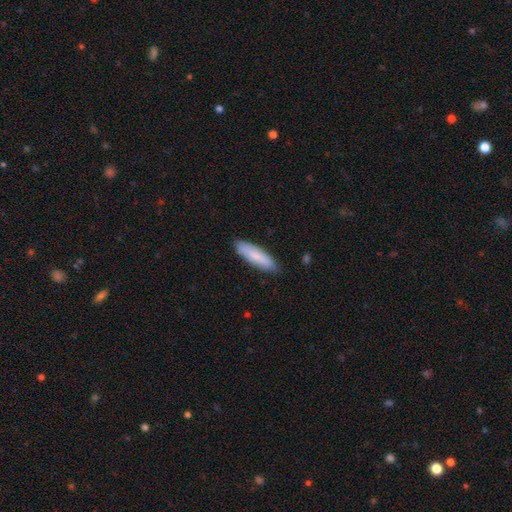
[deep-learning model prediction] smooth-or-featured: smooth: 82% | featured or disk: 13% | star or artifact: 5%
  how-rounded: cigar-shaped: 65% | in between: 33% | round: 1%
  merging: none: 86% | minor disturbance: 11% | major disturbance: 2% | merger: 1%